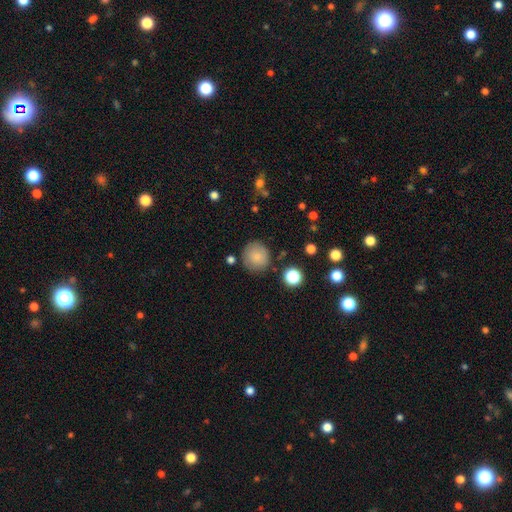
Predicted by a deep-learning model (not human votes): Overall: smooth (82%). How rounded: round (92%). Merging: none (83%).